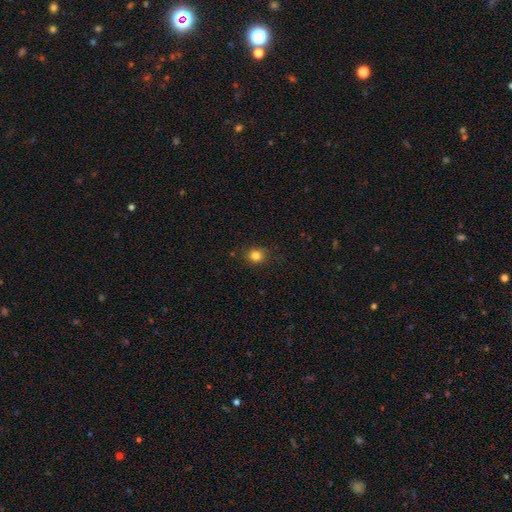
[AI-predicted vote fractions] smooth_or_featured: smooth (p=0.82) [alt: star or artifact p=0.13]
how_rounded: round (p=0.81) [alt: in between p=0.18]
merging: none (p=0.87) [alt: minor disturbance p=0.10]